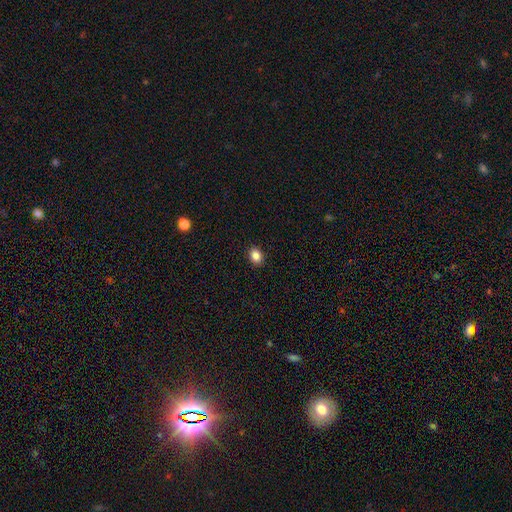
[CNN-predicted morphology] A smooth galaxy with no disk features (85%) that is round (51%). Merging: none (91%).